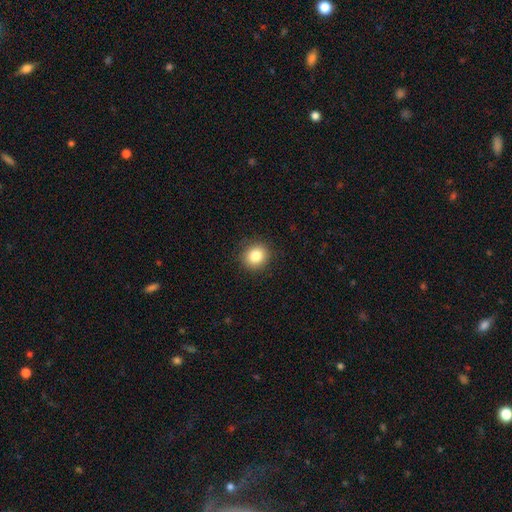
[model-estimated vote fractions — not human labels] This appears to be a smooth galaxy with no disk features (84%) that is round (87%). Merging: none (91%).